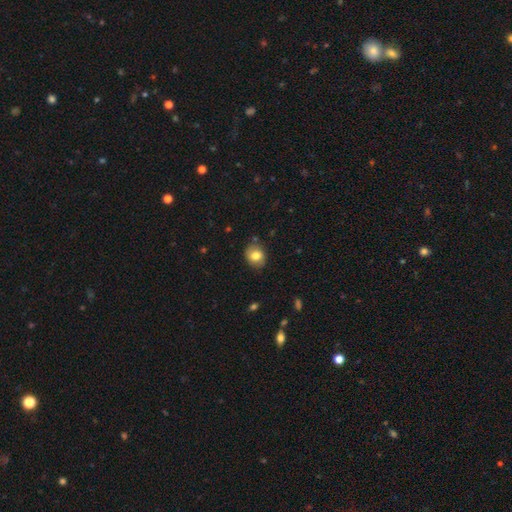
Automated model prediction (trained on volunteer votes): The model was most divided on "how rounded": round: 63%, in between: 36%, cigar-shaped: 1%. More confident: merging — none (81%); smooth or featured — smooth (78%).